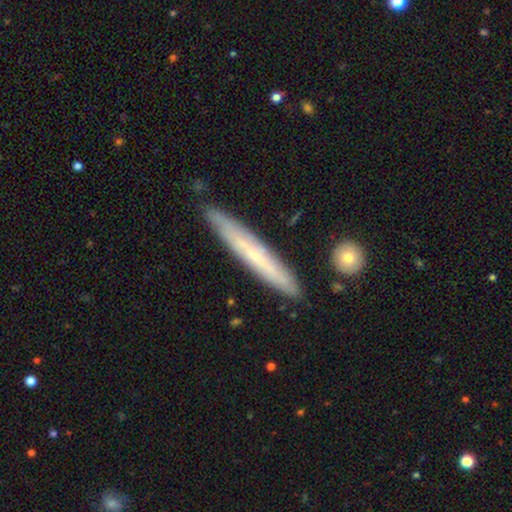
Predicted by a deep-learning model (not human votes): Smooth or featured: featured or disk — 53% (smooth — 41%)
Edge-on disk: yes — 84% (no — 16%)
Merging: none — 85% (minor disturbance — 11%)